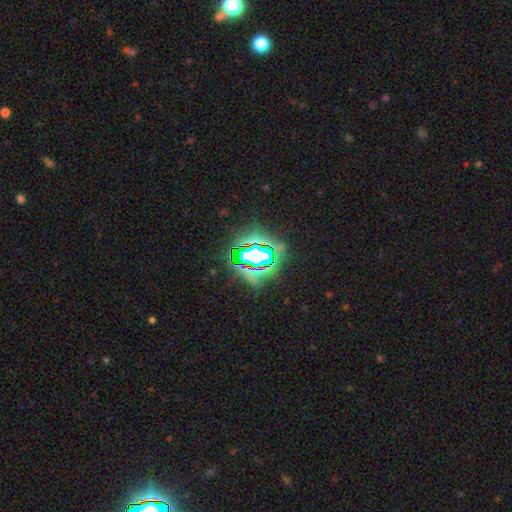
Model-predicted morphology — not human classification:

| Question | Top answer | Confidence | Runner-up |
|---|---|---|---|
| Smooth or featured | star or artifact | 72% | smooth (16%) |